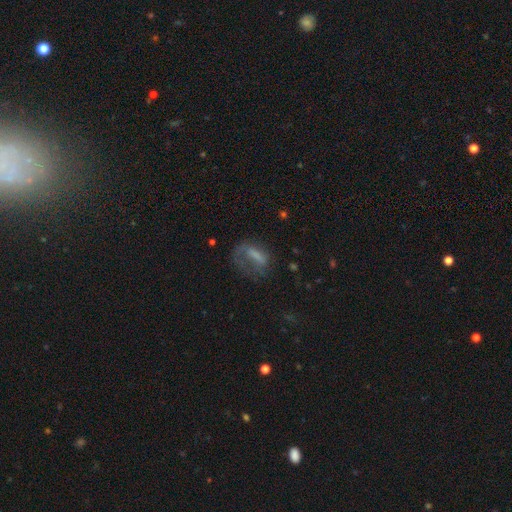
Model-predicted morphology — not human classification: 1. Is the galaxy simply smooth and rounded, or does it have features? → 53% smooth, 34% featured or disk, 13% star or artifact.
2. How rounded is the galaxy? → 65% in between, 23% cigar-shaped, 11% round.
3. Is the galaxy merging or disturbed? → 43% major disturbance, 33% none, 21% minor disturbance, 3% merger.